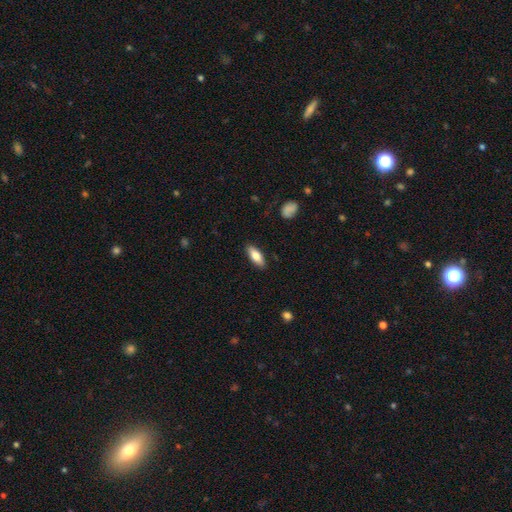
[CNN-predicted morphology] This appears to be a smooth galaxy with no disk features (77%) that is in between round and cigar-shaped (75%). Merging: none (88%).